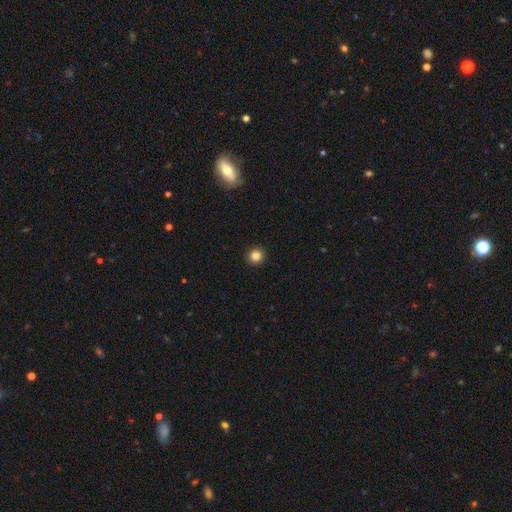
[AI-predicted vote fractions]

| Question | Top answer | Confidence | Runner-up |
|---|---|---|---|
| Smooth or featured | smooth | 85% | star or artifact (11%) |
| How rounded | round | 94% | in between (5%) |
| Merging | none | 93% | minor disturbance (4%) |